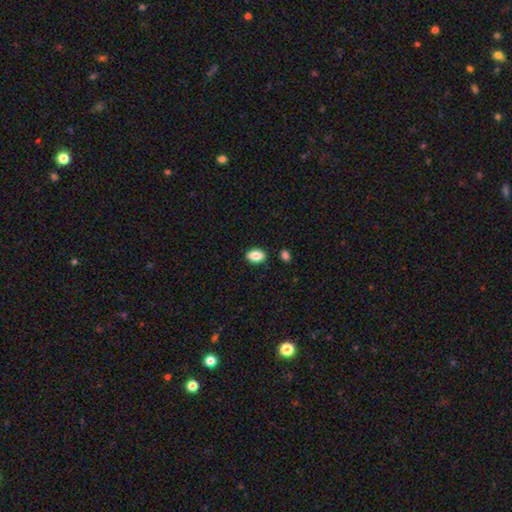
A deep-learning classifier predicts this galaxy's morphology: Smooth or featured? Predicted: smooth (p=0.86). How rounded? Predicted: in between (p=0.86). Merging? Predicted: none (p=0.86).